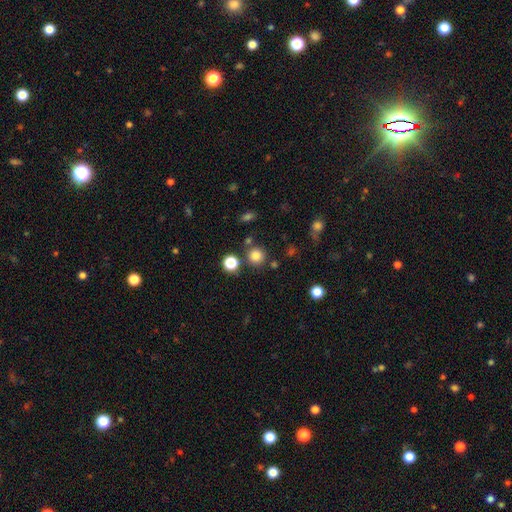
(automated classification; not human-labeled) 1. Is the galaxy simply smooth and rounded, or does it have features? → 82% smooth, 13% star or artifact, 5% featured or disk.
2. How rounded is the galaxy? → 93% round, 6% in between, 1% cigar-shaped.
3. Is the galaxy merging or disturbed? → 82% none, 7% minor disturbance, 7% merger, 3% major disturbance.